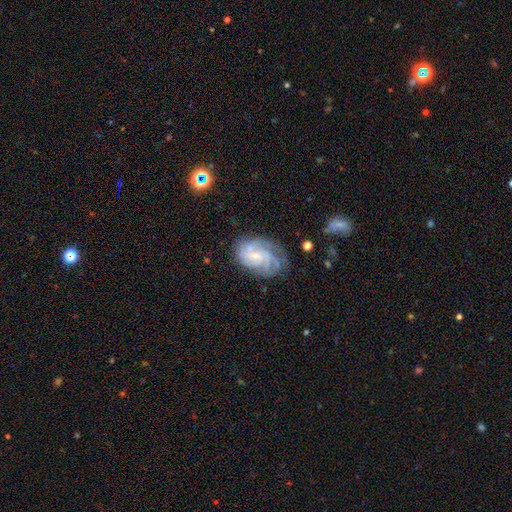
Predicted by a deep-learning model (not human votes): Q: Smooth or featured?
A: featured or disk (80%); runner-up: smooth (12%)
Q: Edge-on disk?
A: no (97%); runner-up: yes (3%)
Q: Bar?
A: no (56%); runner-up: weak (37%)
Q: Spiral arms?
A: yes (95%); runner-up: no (5%)
Q: Spiral winding?
A: tight (55%); runner-up: medium (35%)
Q: Spiral arm count?
A: can't tell (29%); runner-up: 4 (26%)
Q: Bulge size?
A: small (72%); runner-up: moderate (19%)
Q: Merging?
A: none (60%); runner-up: minor disturbance (24%)